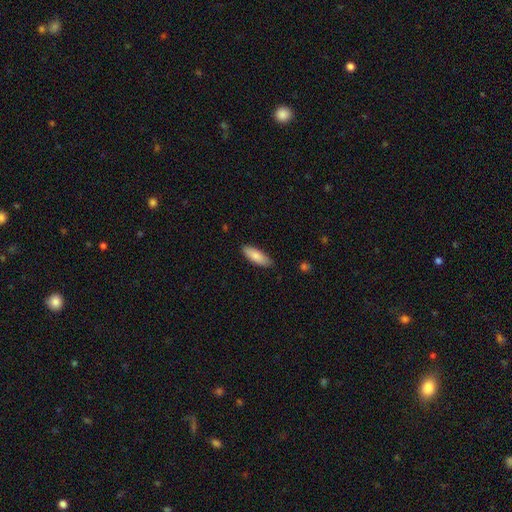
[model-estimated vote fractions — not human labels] Overall: smooth (83%). How rounded: in between (64%; cigar-shaped 34%). Merging: none (86%).